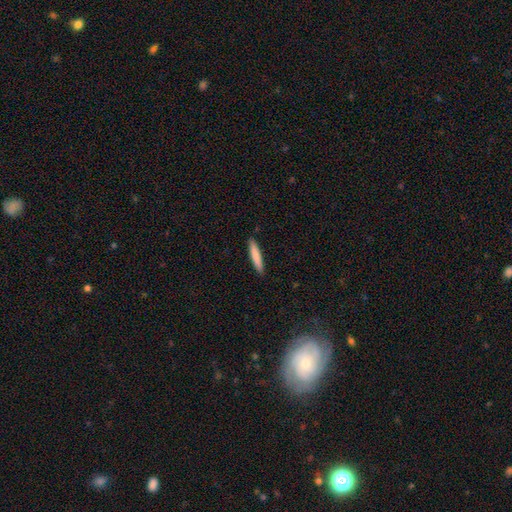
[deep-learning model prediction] Morphology: type=smooth (82%); roundness=cigar-shaped (92%); merging=none (91%).